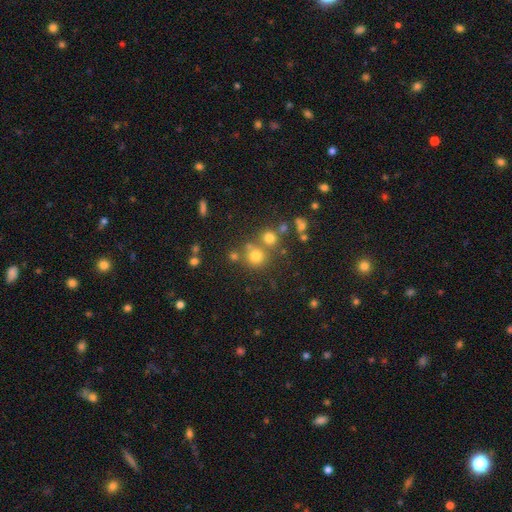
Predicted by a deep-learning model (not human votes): Smooth or featured? Predicted: smooth (p=0.71). How rounded? Predicted: round (p=0.90). Merging? Predicted: none (p=0.65).